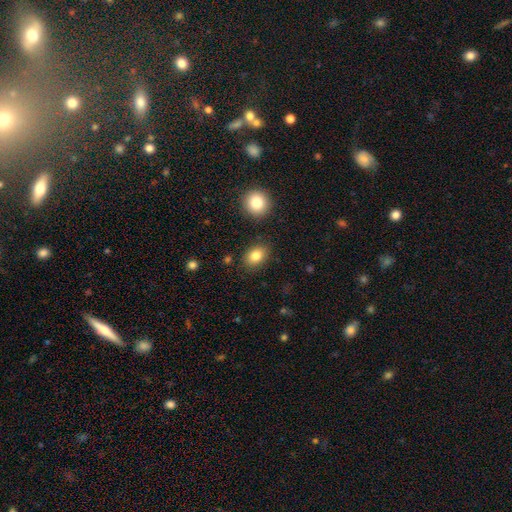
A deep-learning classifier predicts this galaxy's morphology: Q: Smooth or featured?
A: smooth (82%); runner-up: star or artifact (9%)
Q: How rounded?
A: in between (73%); runner-up: round (26%)
Q: Merging?
A: none (84%); runner-up: minor disturbance (10%)